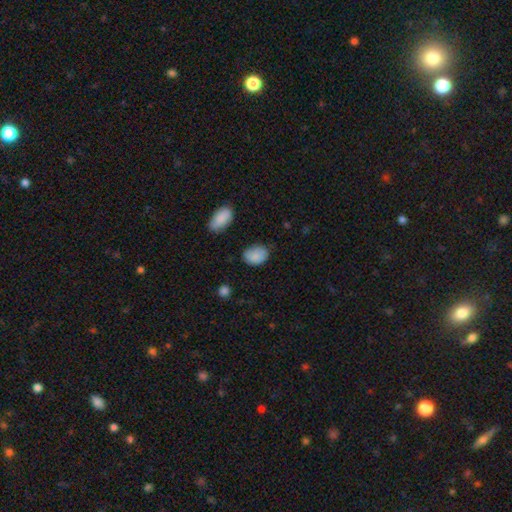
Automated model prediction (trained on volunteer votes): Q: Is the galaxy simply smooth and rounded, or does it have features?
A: smooth — 85%.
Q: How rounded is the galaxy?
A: in between — 75%.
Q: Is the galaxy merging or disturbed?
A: none — 73%.